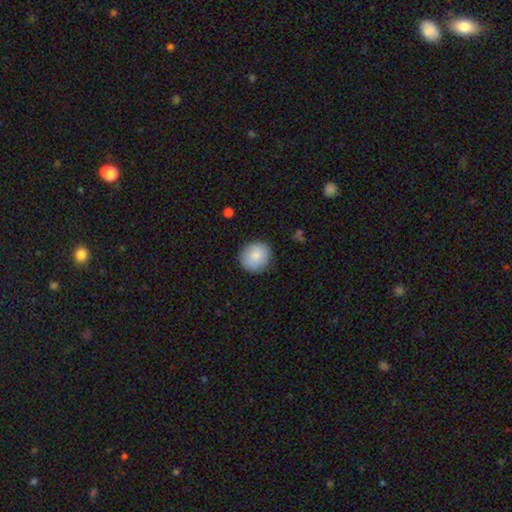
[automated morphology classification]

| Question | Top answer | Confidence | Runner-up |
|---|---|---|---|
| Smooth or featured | smooth | 85% | featured or disk (8%) |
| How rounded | round | 85% | in between (14%) |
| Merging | none | 88% | minor disturbance (9%) |